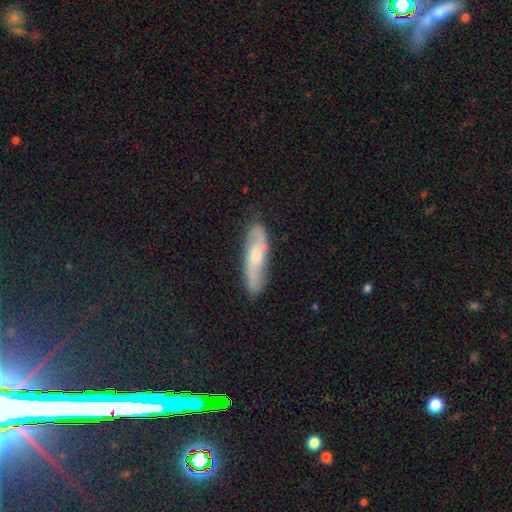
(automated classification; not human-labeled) This is possibly a featured or disk galaxy (57%). It is likely not viewed edge-on (70%). Merging: clearly none (82%).